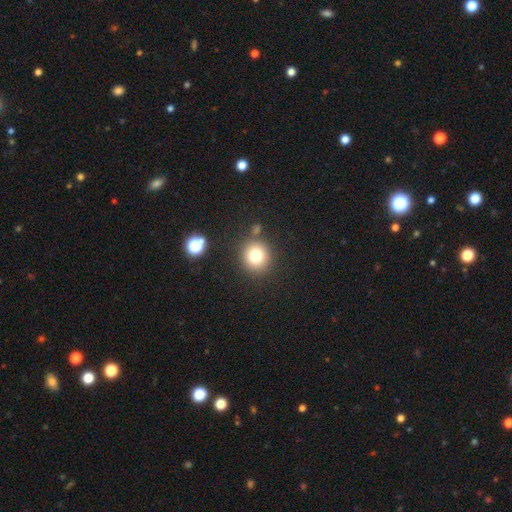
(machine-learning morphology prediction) A smooth galaxy with no disk features (78%) that is round (91%).

Vote fractions:
- Smooth or featured? smooth: 78% / star or artifact: 14% / featured or disk: 9%
- How rounded? round: 91% / in between: 8% / cigar-shaped: 1%
- Merging? none: 83% / minor disturbance: 8% / merger: 6% / major disturbance: 3%